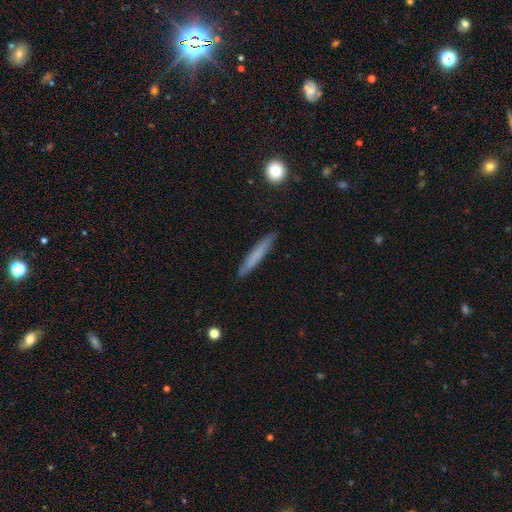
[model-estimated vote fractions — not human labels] Q: Smooth or featured?
A: smooth (70%); runner-up: featured or disk (24%)
Q: How rounded?
A: cigar-shaped (95%); runner-up: in between (4%)
Q: Merging?
A: none (87%); runner-up: minor disturbance (10%)